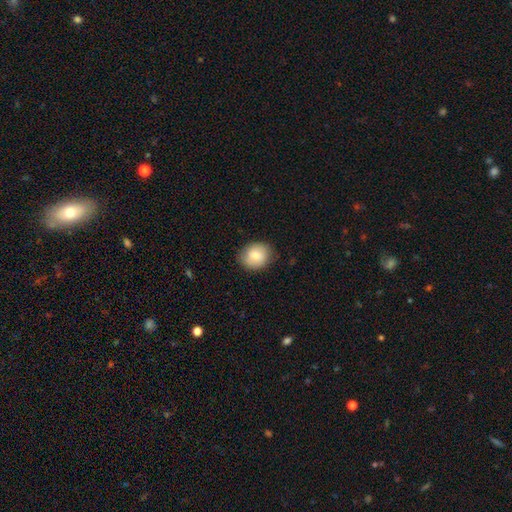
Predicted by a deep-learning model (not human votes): Smooth or featured?
  - smooth: 81% *
  - featured or disk: 11%
  - star or artifact: 7%
How rounded?
  - round: 63% *
  - in between: 37%
  - cigar-shaped: 1%
Merging?
  - none: 84% *
  - minor disturbance: 12%
  - major disturbance: 3%
  - merger: 1%